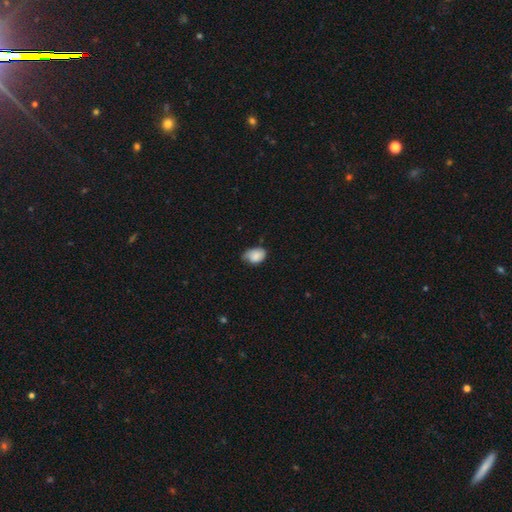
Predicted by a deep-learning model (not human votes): smooth 81%, featured or disk 12%, star or artifact 7%. Down the decision tree: how rounded — in between (81%); merging — none (47%).